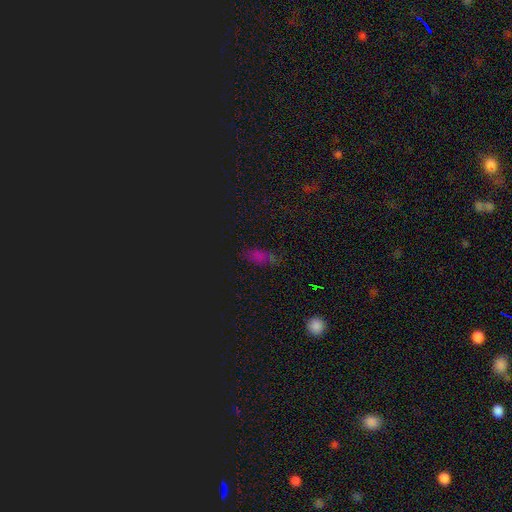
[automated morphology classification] The model was most divided on "smooth or featured": smooth: 52%, star or artifact: 39%, featured or disk: 9%. More confident: how rounded — in between (73%); merging — none (70%).